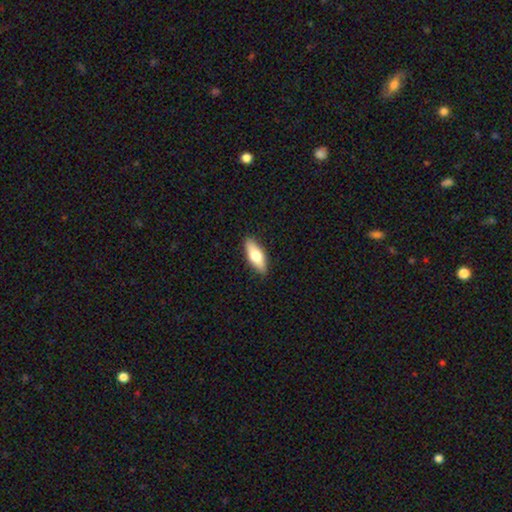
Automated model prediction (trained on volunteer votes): This appears to be a smooth galaxy with no disk features (65%) that is in between round and cigar-shaped (67%). Merging: none (89%).